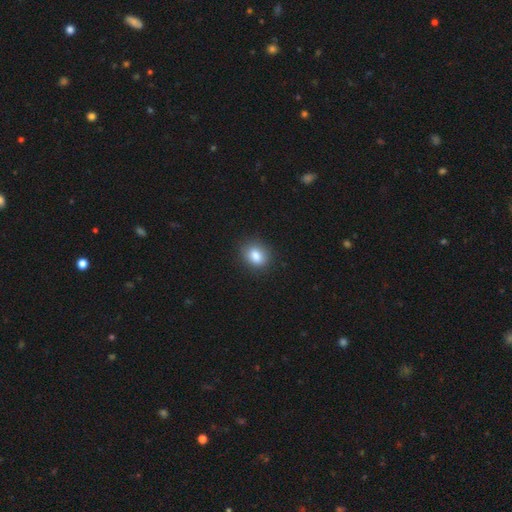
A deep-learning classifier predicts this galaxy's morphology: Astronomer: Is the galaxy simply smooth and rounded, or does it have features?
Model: smooth — 84%.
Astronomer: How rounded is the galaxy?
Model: round — 52% (runner-up: in between, 47%).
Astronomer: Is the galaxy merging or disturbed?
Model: none — 86%.